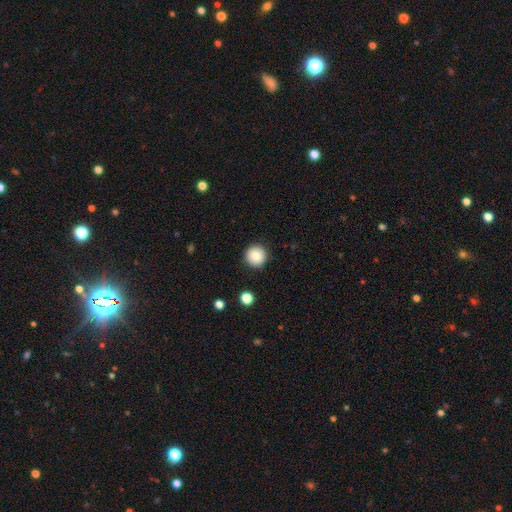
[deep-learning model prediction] Smooth or featured? Predicted: smooth (p=0.84). How rounded? Predicted: round (p=0.96). Merging? Predicted: none (p=0.92).